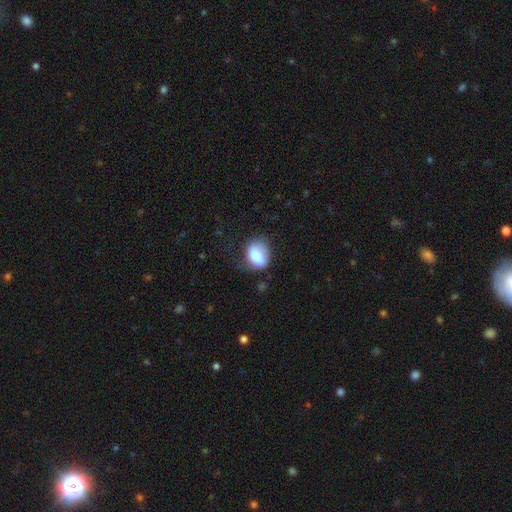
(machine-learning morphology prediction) The model was most divided on "merging": none: 49%, minor disturbance: 31%, major disturbance: 17%, merger: 2%. More confident: smooth or featured — smooth (78%); how rounded — in between (68%).